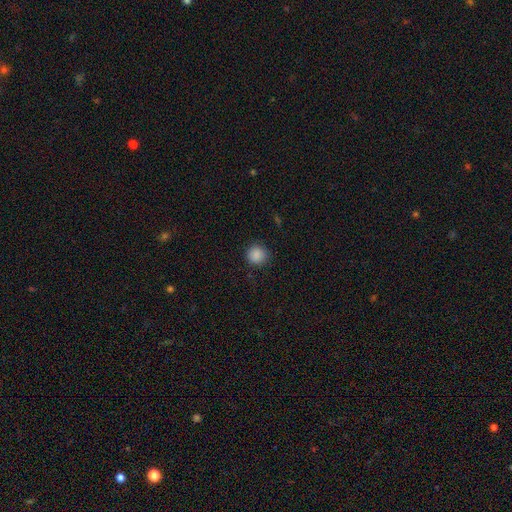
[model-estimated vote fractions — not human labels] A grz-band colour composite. It shows a smooth galaxy with no disk features (87%) that is round (93%). Merging: none (87%).